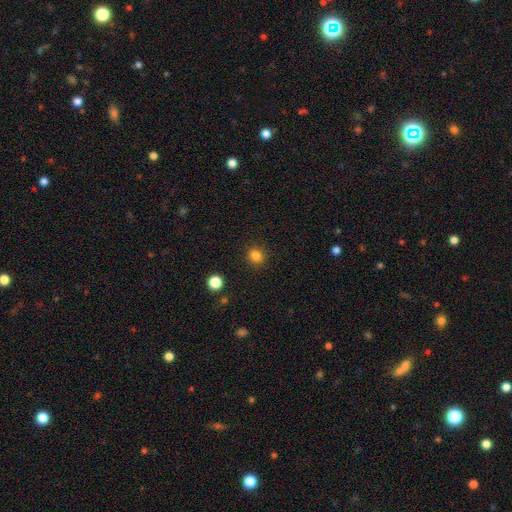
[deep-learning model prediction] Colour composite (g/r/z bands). It shows a smooth galaxy with no disk features (83%) that is round (86%). Merging: none (90%).